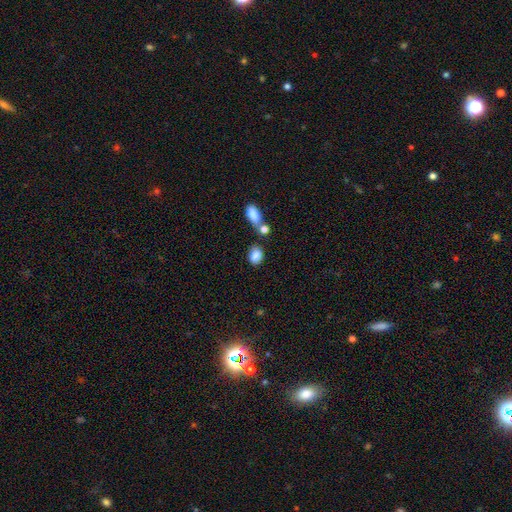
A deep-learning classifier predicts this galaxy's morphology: A smooth galaxy with no disk features (86%) that is in between round and cigar-shaped (73%).

Vote fractions:
- Smooth or featured? smooth: 86% / star or artifact: 8% / featured or disk: 6%
- How rounded? in between: 73% / round: 25% / cigar-shaped: 2%
- Merging? none: 57% / merger: 24% / minor disturbance: 15% / major disturbance: 5%